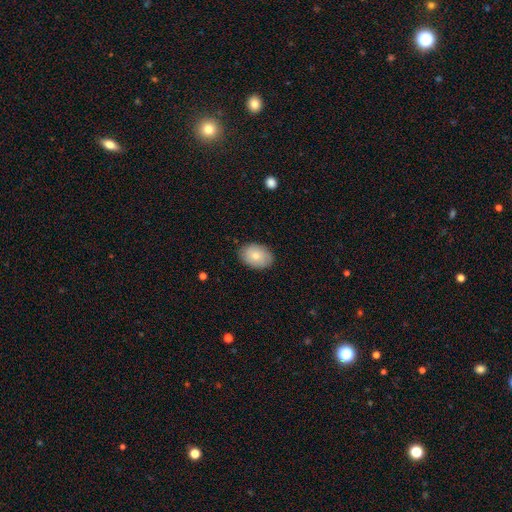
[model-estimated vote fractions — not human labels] A smooth galaxy with no disk features (79%) that is in between round and cigar-shaped (83%). Merging: none (87%).